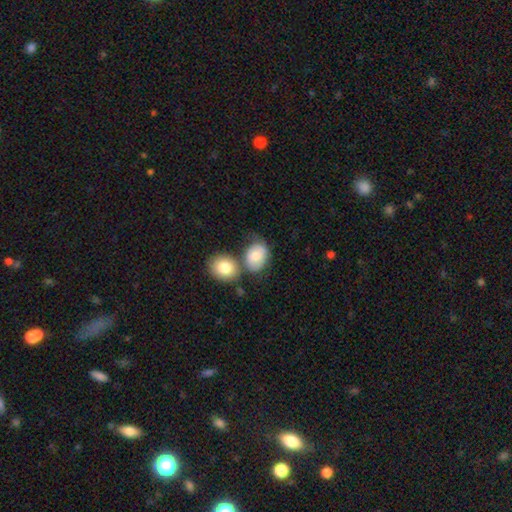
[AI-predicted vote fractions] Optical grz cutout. It shows a smooth galaxy with no disk features (77%) that is in between round and cigar-shaped (58%). Merging: none (43%).